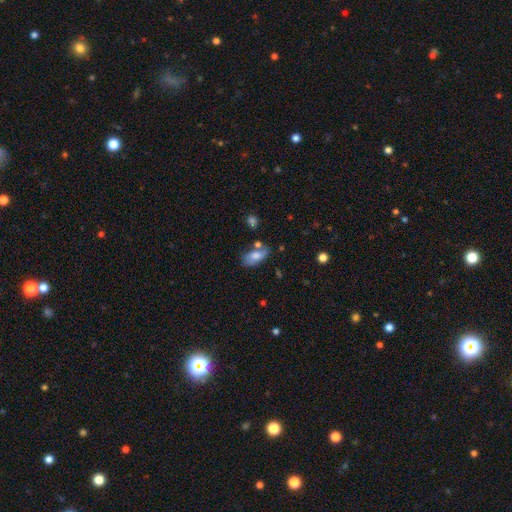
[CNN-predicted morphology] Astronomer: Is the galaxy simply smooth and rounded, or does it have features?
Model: smooth — 68%.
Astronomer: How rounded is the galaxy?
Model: in between — 89%.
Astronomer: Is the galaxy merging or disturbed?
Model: none — 55%.